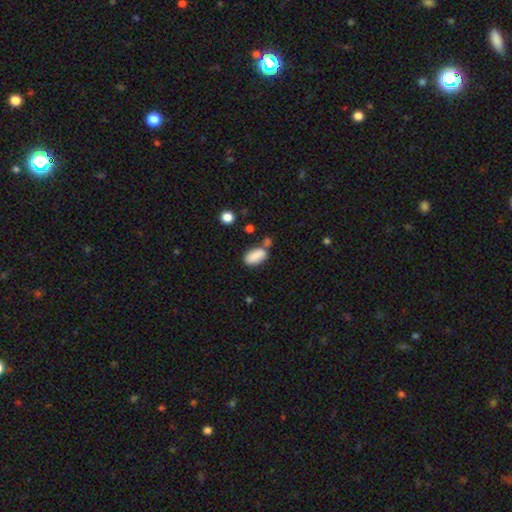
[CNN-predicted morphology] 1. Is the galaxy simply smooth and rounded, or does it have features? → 86% smooth, 8% star or artifact, 7% featured or disk.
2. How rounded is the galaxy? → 92% in between, 5% cigar-shaped, 3% round.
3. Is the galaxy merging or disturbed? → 55% none, 21% merger, 18% minor disturbance, 5% major disturbance.